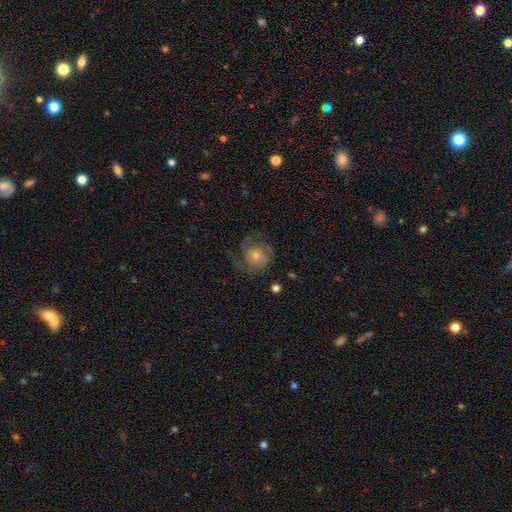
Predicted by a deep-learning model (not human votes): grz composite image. It shows a featured or disk galaxy (69%) with no bar (78%), 2 (40%) tight (43%) spiral arms (92%) and a small central bulge (49%). Merging: none (68%).